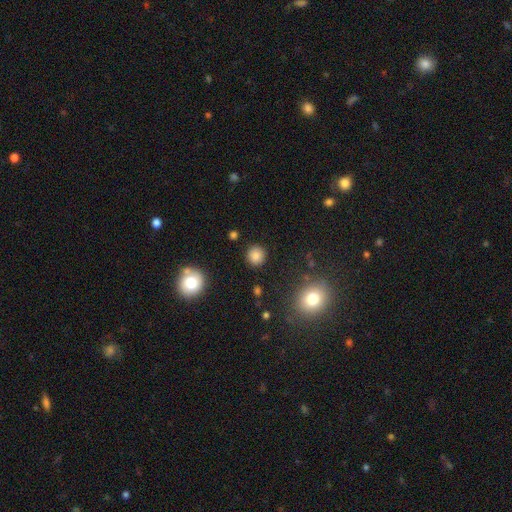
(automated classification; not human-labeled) Smooth or featured?
  - smooth: 83% *
  - star or artifact: 12%
  - featured or disk: 5%
How rounded?
  - round: 90% *
  - in between: 9%
  - cigar-shaped: 1%
Merging?
  - none: 89% *
  - minor disturbance: 7%
  - major disturbance: 3%
  - merger: 2%